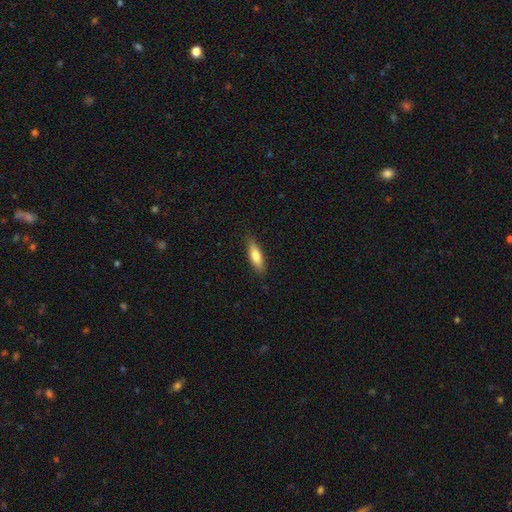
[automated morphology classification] This is likely a smooth galaxy (75%). How rounded: possibly cigar-shaped (50%). Merging: clearly none (85%).